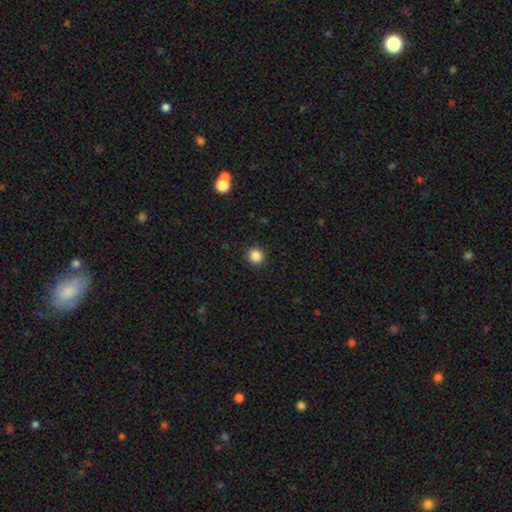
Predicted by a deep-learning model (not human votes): Q: Smooth or featured?
A: smooth (86%); runner-up: star or artifact (11%)
Q: How rounded?
A: round (94%); runner-up: in between (5%)
Q: Merging?
A: none (92%); runner-up: minor disturbance (5%)